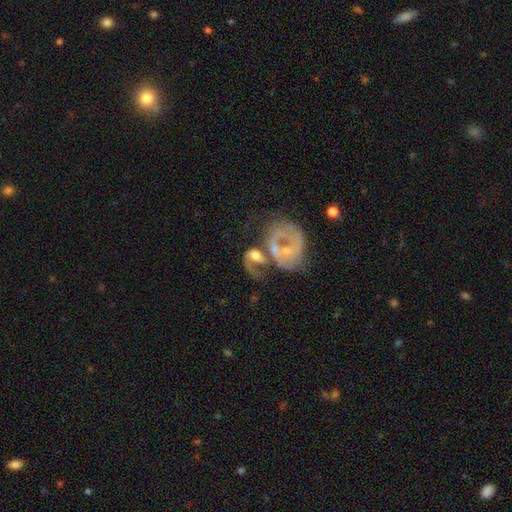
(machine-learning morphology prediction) smooth-or-featured: featured or disk: 64% | smooth: 27% | star or artifact: 9%
  disk-edge-on: no: 97% | yes: 3%
    bar: no: 72% | weak: 22% | strong: 7%
    has-spiral-arms: yes: 55% | no: 45%
    bulge-size: moderate: 44% | small: 23% | none: 18% | large: 11% | dominant: 3%
  merging: merger: 56% | major disturbance: 22% | none: 14% | minor disturbance: 9%